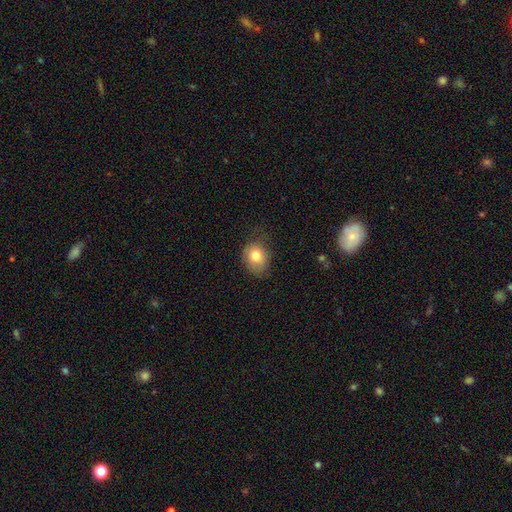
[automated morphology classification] A smooth galaxy with no disk features (81%) that is in between round and cigar-shaped (56%).

Vote fractions:
- Smooth or featured? smooth: 81% / featured or disk: 11% / star or artifact: 8%
- How rounded? in between: 56% / round: 43% / cigar-shaped: 1%
- Merging? none: 61% / minor disturbance: 27% / major disturbance: 10% / merger: 1%